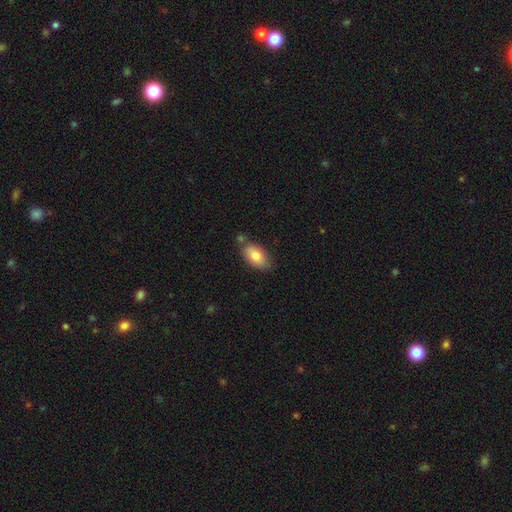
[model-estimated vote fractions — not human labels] smooth 80%, featured or disk 13%, star or artifact 7%. Down the decision tree: how rounded — in between (93%); merging — none (70%).